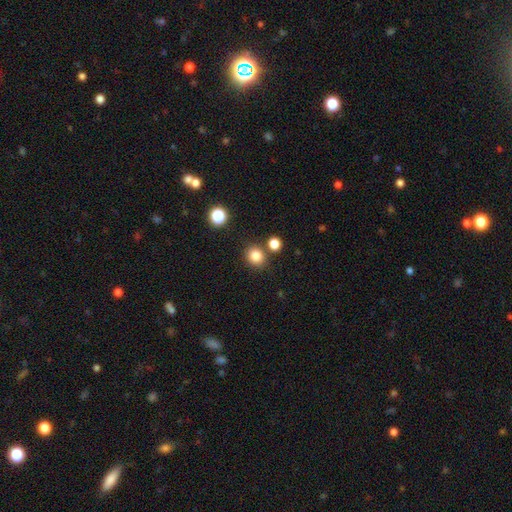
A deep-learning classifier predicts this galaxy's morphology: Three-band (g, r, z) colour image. It shows a smooth galaxy with no disk features (83%) that is round (82%). Merging: none (80%).